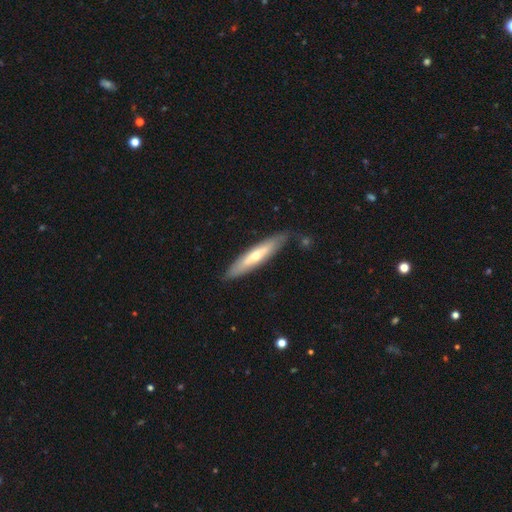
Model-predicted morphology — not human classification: featured or disk 52%, smooth 42%, star or artifact 6%. Down the decision tree: edge-on disk — yes (75%); merging — none (84%).